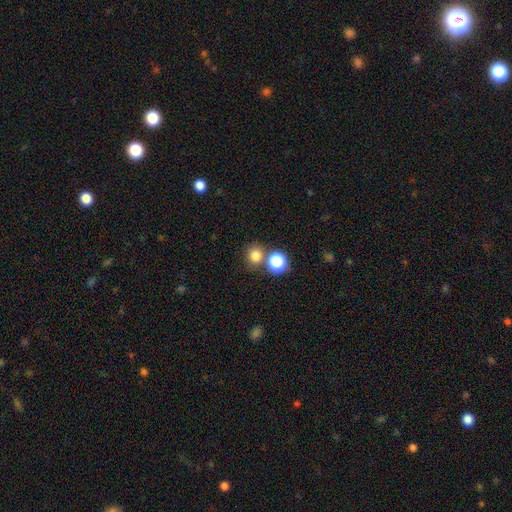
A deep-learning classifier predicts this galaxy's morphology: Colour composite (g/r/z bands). It shows a smooth galaxy with no disk features (78%) that is round (87%). Merging: none (71%).